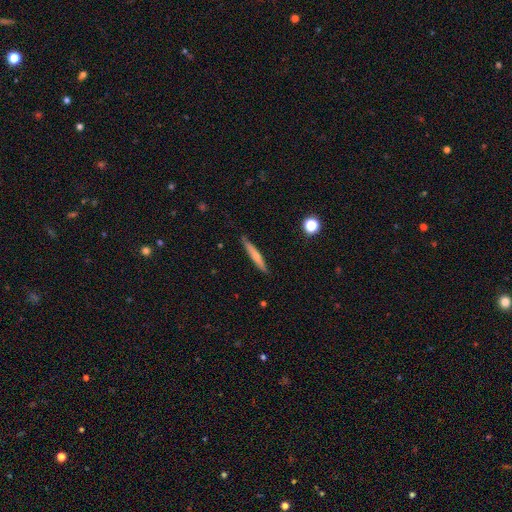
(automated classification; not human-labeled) Smooth or featured?
  - smooth: 58% *
  - featured or disk: 36%
  - star or artifact: 6%
How rounded?
  - cigar-shaped: 94% *
  - in between: 4%
  - round: 1%
Merging?
  - none: 86% *
  - minor disturbance: 11%
  - major disturbance: 2%
  - merger: 1%